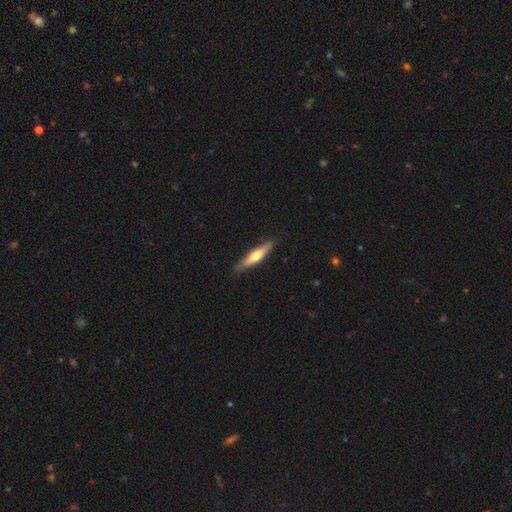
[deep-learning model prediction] Smooth or featured: smooth — 48% (featured or disk — 47%)
Merging: none — 86% (minor disturbance — 11%)